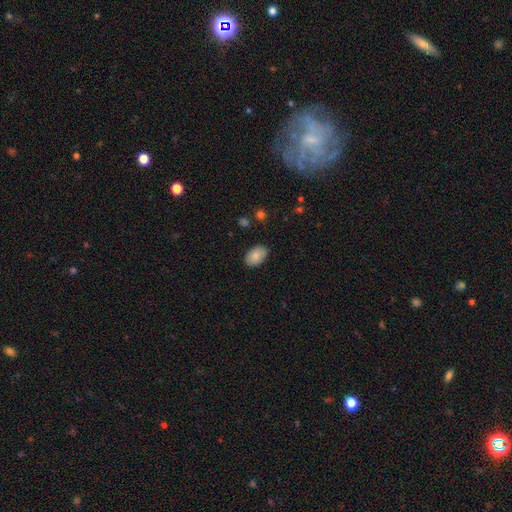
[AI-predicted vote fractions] A smooth galaxy with no disk features (85%) that is in between round and cigar-shaped (90%).

Vote fractions:
- Smooth or featured? smooth: 85% / featured or disk: 8% / star or artifact: 7%
- How rounded? in between: 90% / round: 9% / cigar-shaped: 1%
- Merging? none: 84% / minor disturbance: 12% / major disturbance: 2% / merger: 1%